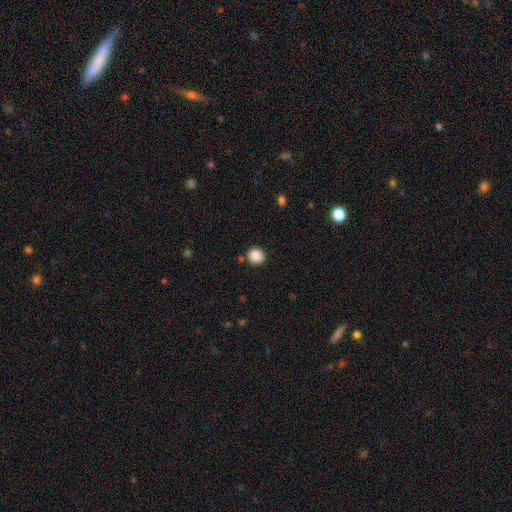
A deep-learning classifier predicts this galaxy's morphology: Smooth or featured?
  - smooth: 87% *
  - star or artifact: 10%
  - featured or disk: 3%
How rounded?
  - round: 94% *
  - in between: 5%
  - cigar-shaped: 1%
Merging?
  - none: 88% *
  - minor disturbance: 6%
  - merger: 3%
  - major disturbance: 2%